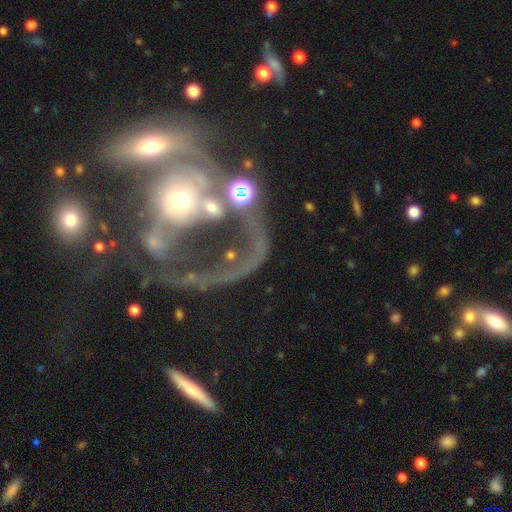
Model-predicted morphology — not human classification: Overall: featured or disk (63%). Edge-on disk: no (93%). Bar: no (73%). Spiral arms: yes (56%; no 44%). Bulge size: moderate (50%; small 32%). Merging: merger (31%; major disturbance 30%).